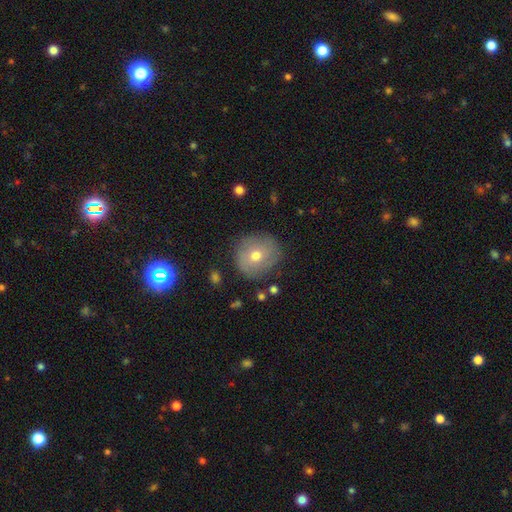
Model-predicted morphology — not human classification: Smooth or featured?
  - smooth: 68% *
  - featured or disk: 22%
  - star or artifact: 10%
How rounded?
  - round: 88% *
  - in between: 11%
  - cigar-shaped: 1%
Merging?
  - none: 81% *
  - minor disturbance: 13%
  - major disturbance: 4%
  - merger: 2%